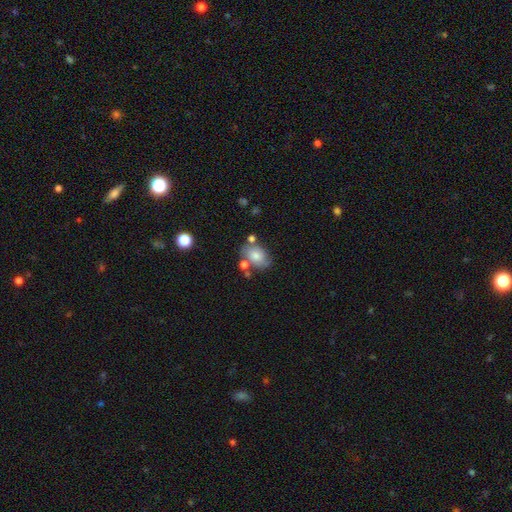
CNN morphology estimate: A smooth galaxy with no disk features (69%) that is in between round and cigar-shaped (74%).

Vote fractions:
- Smooth or featured? smooth: 69% / featured or disk: 22% / star or artifact: 9%
- How rounded? in between: 74% / round: 24% / cigar-shaped: 1%
- Merging? none: 55% / minor disturbance: 22% / merger: 15% / major disturbance: 8%